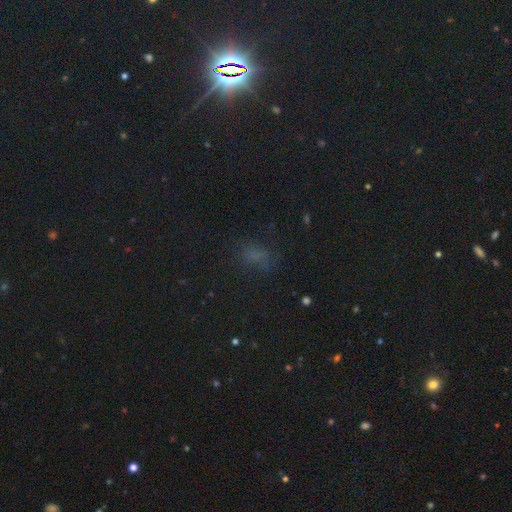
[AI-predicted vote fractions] smooth-or-featured: smooth: 55% | star or artifact: 34% | featured or disk: 11%
  how-rounded: in between: 74% | round: 21% | cigar-shaped: 5%
  merging: none: 65% | minor disturbance: 20% | major disturbance: 13% | merger: 3%